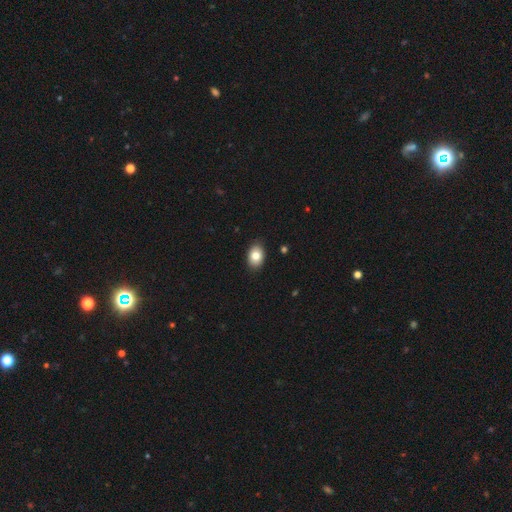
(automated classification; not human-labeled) Q: Smooth or featured?
A: smooth (82%); runner-up: featured or disk (10%)
Q: How rounded?
A: in between (78%); runner-up: round (21%)
Q: Merging?
A: none (88%); runner-up: minor disturbance (10%)